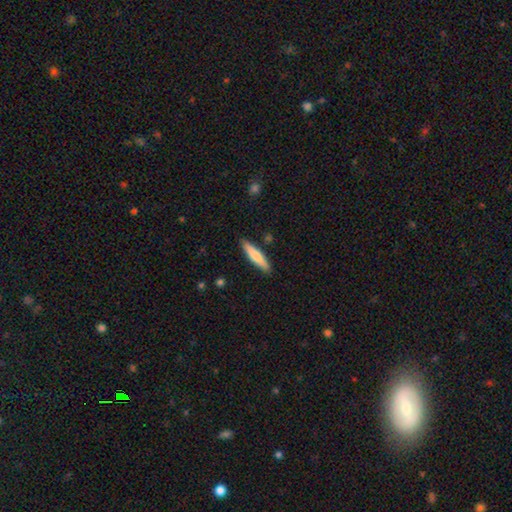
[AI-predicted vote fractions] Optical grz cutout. It shows a smooth galaxy with no disk features (76%) that is cigar-shaped (85%). Merging: none (88%).